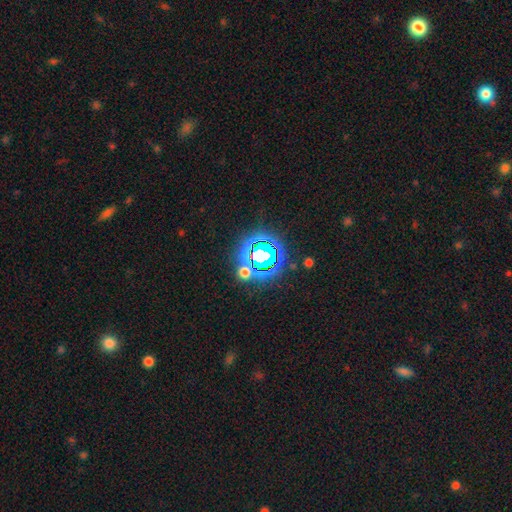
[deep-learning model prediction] smooth-or-featured: star or artifact: 70% | smooth: 19% | featured or disk: 11%